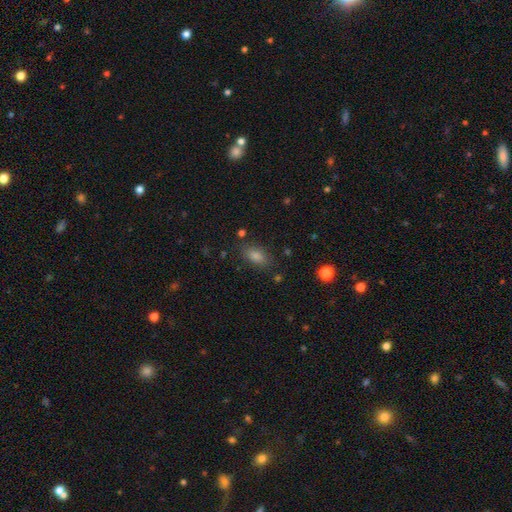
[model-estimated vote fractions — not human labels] smooth-or-featured: smooth: 76% | star or artifact: 15% | featured or disk: 8%
  how-rounded: in between: 85% | cigar-shaped: 8% | round: 7%
  merging: none: 83% | minor disturbance: 11% | major disturbance: 3% | merger: 3%